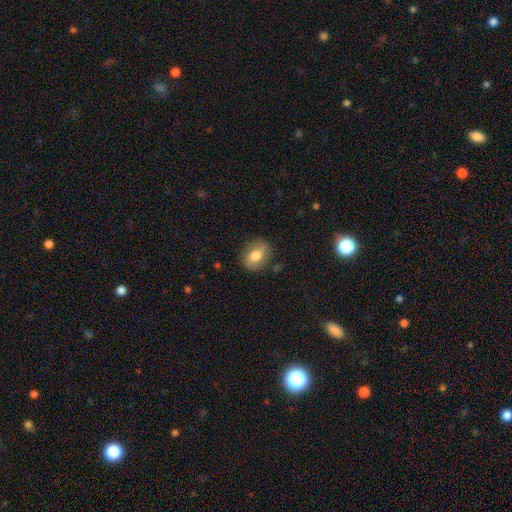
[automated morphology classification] A smooth galaxy with no disk features (71%) that is in between round and cigar-shaped (53%).

Vote fractions:
- Smooth or featured? smooth: 71% / featured or disk: 21% / star or artifact: 8%
- How rounded? in between: 53% / round: 46% / cigar-shaped: 1%
- Merging? none: 81% / minor disturbance: 14% / major disturbance: 4% / merger: 2%